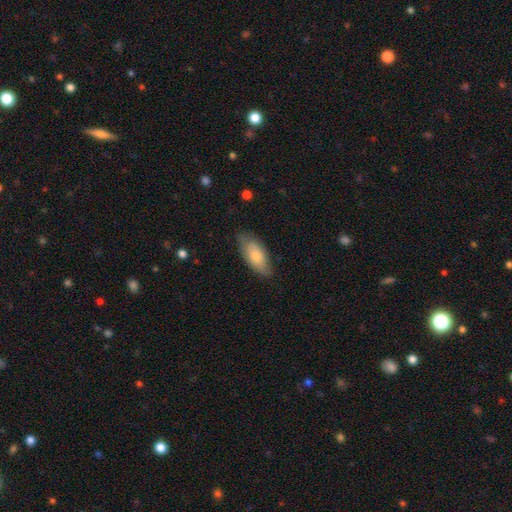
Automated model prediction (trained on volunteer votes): A smooth galaxy with no disk features (72%) that is in between round and cigar-shaped (88%).

Vote fractions:
- Smooth or featured? smooth: 72% / featured or disk: 22% / star or artifact: 6%
- How rounded? in between: 88% / cigar-shaped: 10% / round: 2%
- Merging? none: 71% / minor disturbance: 23% / major disturbance: 4% / merger: 1%